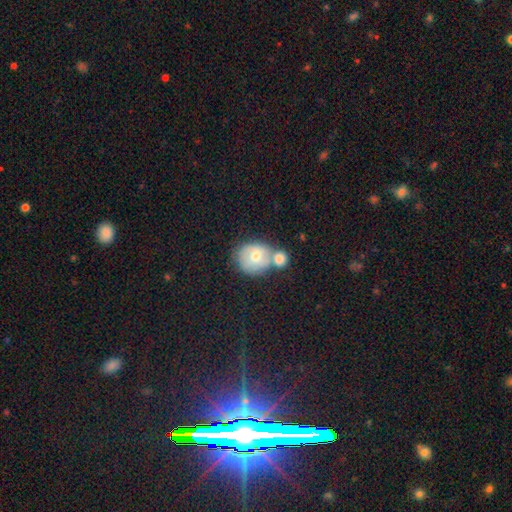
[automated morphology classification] smooth-or-featured: smooth: 61% | featured or disk: 31% | star or artifact: 8%
  how-rounded: round: 76% | in between: 23% | cigar-shaped: 1%
  merging: merger: 49% | none: 33% | minor disturbance: 13% | major disturbance: 5%